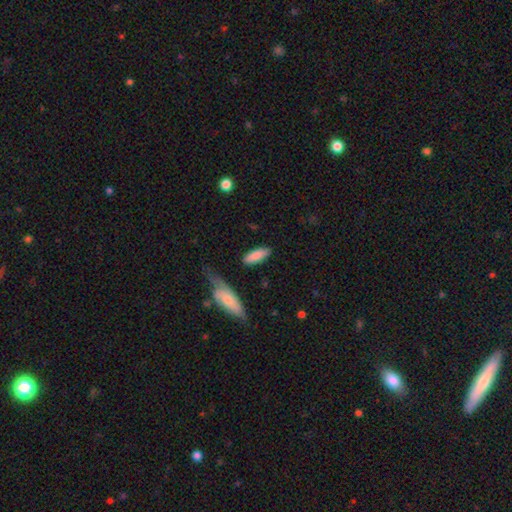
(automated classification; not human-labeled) Smooth or featured? smooth (84%)
How rounded? in between (62%)
Merging? none (77%)